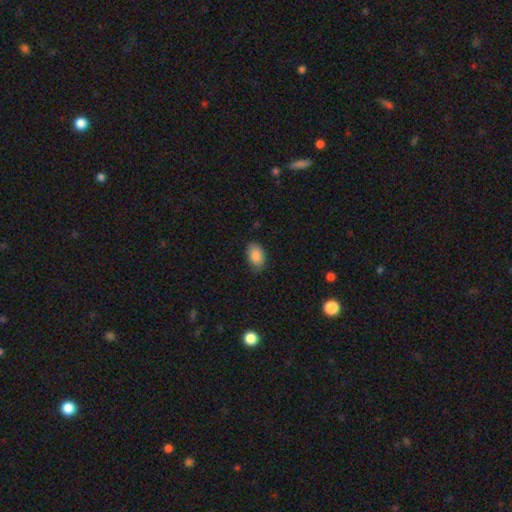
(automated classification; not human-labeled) Smooth or featured: smooth — 87% (star or artifact — 7%)
How rounded: in between — 90% (round — 9%)
Merging: none — 82% (minor disturbance — 14%)